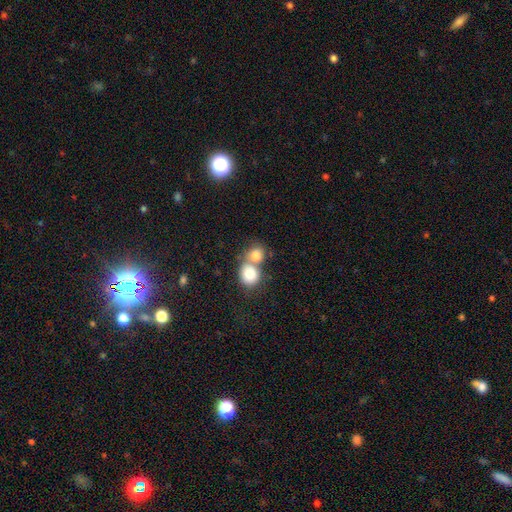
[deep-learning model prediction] smooth-or-featured: smooth: 80% | featured or disk: 11% | star or artifact: 9%
  how-rounded: round: 73% | in between: 26% | cigar-shaped: 1%
  merging: merger: 60% | none: 31% | minor disturbance: 6% | major disturbance: 3%